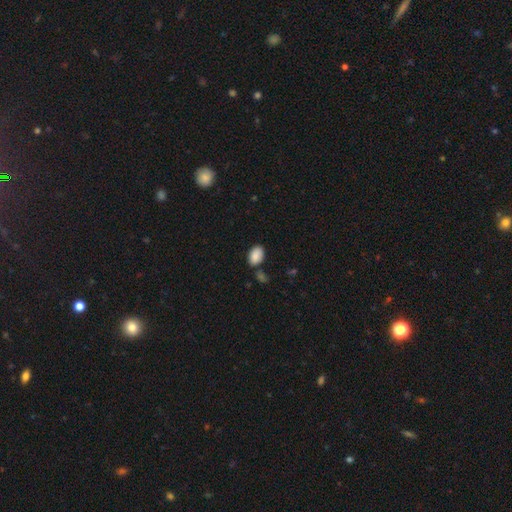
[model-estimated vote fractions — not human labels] Q: Smooth or featured?
A: smooth (88%); runner-up: star or artifact (7%)
Q: How rounded?
A: in between (90%); runner-up: round (9%)
Q: Merging?
A: none (70%); runner-up: minor disturbance (17%)